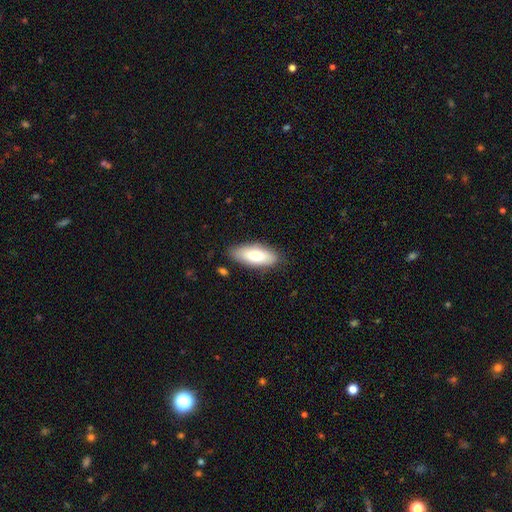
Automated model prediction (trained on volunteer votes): Smooth or featured? Predicted: smooth (p=0.77). How rounded? Predicted: in between (p=0.80). Merging? Predicted: none (p=0.81).